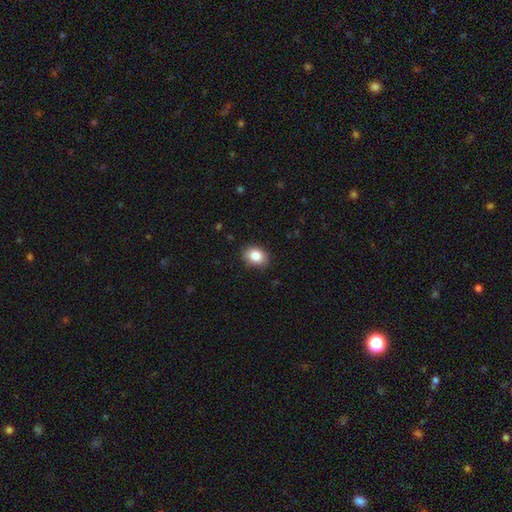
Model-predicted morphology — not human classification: smooth_or_featured: smooth (p=0.84) [alt: star or artifact p=0.09]
how_rounded: in between (p=0.64) [alt: round p=0.35]
merging: none (p=0.86) [alt: minor disturbance p=0.10]